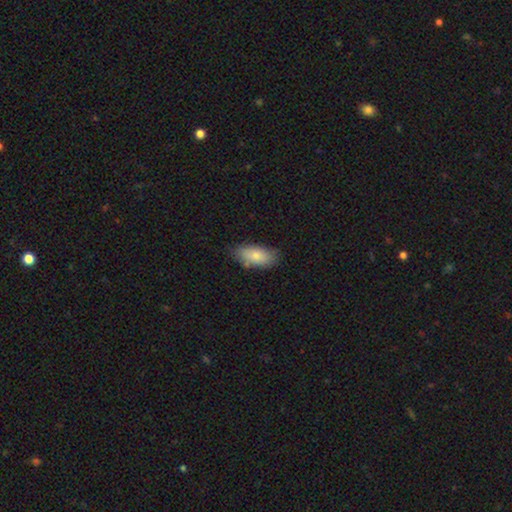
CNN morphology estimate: Smooth or featured: smooth — 81% (featured or disk — 12%)
How rounded: in between — 91% (cigar-shaped — 6%)
Merging: none — 75% (minor disturbance — 18%)